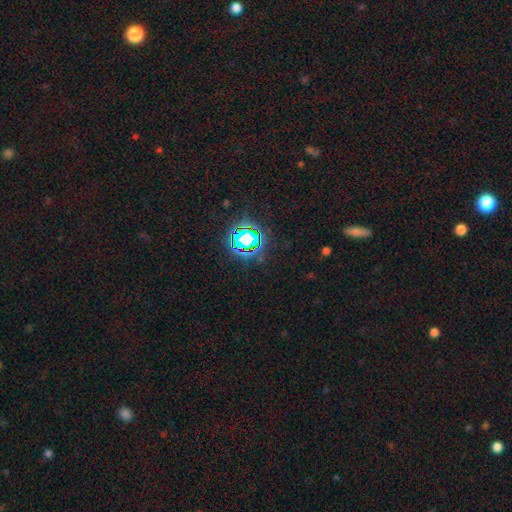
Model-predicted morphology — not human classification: smooth-or-featured: star or artifact: 77% | smooth: 16% | featured or disk: 7%